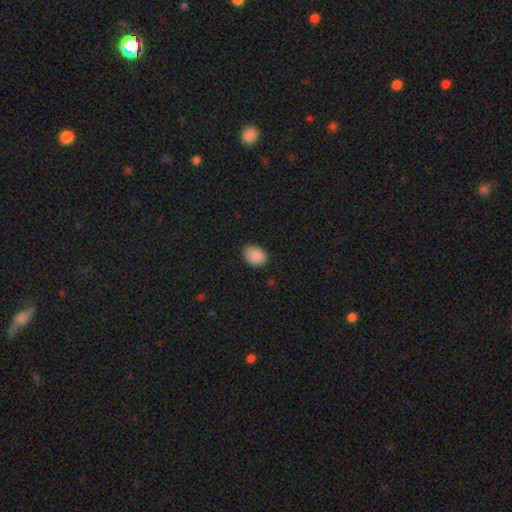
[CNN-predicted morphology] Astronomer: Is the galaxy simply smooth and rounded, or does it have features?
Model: smooth — 88%.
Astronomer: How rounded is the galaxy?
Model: in between — 59% (runner-up: round, 40%).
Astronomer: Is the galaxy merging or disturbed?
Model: none — 79%.